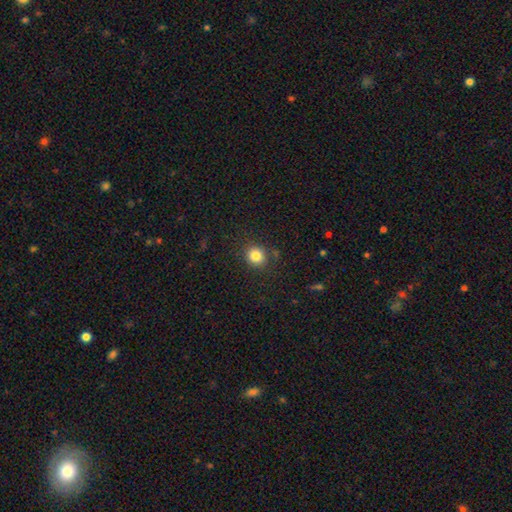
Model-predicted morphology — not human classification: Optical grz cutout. It shows a smooth galaxy with no disk features (83%) that is round (84%). Merging: none (87%).